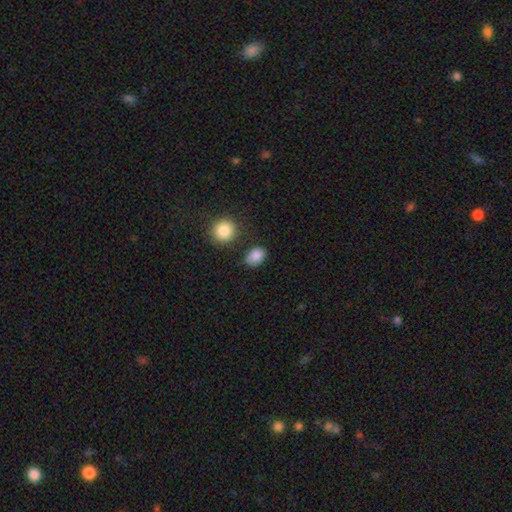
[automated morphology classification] The model was most divided on "how rounded": in between: 71%, round: 27%, cigar-shaped: 1%. More confident: smooth or featured — smooth (86%); merging — none (74%).